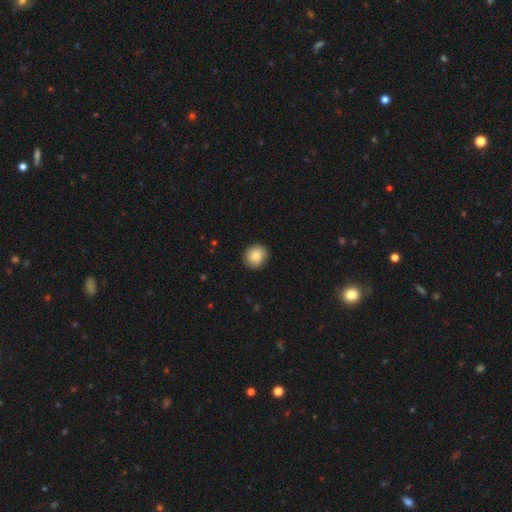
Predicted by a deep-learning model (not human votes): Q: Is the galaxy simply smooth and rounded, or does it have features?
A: smooth — 81%.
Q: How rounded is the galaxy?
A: round — 86%.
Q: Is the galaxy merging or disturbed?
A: none — 87%.